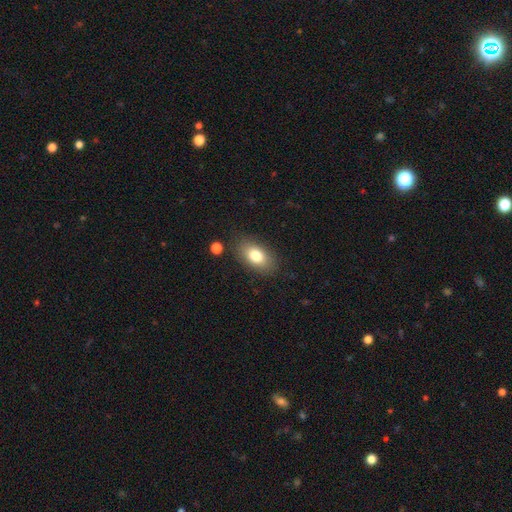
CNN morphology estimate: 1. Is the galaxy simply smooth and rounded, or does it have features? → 80% smooth, 12% featured or disk, 8% star or artifact.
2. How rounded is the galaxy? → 89% in between, 9% round, 2% cigar-shaped.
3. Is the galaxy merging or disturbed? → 83% none, 11% minor disturbance, 3% major disturbance, 2% merger.